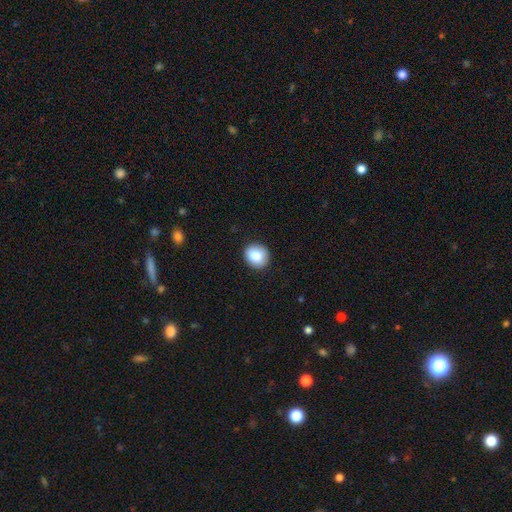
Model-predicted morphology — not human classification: This is clearly a smooth galaxy (84%). How rounded: likely round (79%). Merging: clearly none (89%).